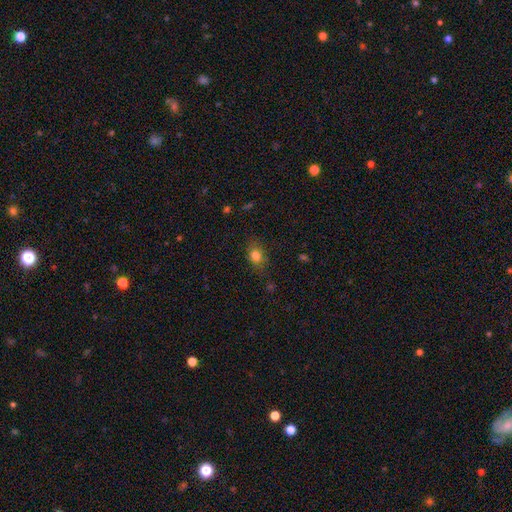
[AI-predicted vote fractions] Smooth or featured? Predicted: smooth (p=0.80). How rounded? Predicted: in between (p=0.62). Merging? Predicted: none (p=0.79).